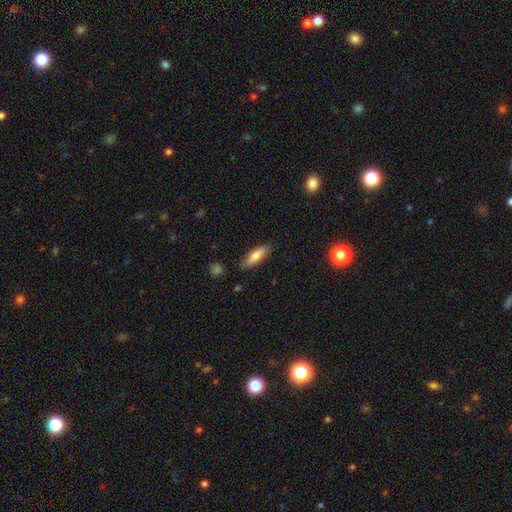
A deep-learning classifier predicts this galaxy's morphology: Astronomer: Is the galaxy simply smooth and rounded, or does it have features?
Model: smooth — 74%.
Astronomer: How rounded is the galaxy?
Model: in between — 54% (runner-up: cigar-shaped, 44%).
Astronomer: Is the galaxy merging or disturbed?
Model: none — 83%.